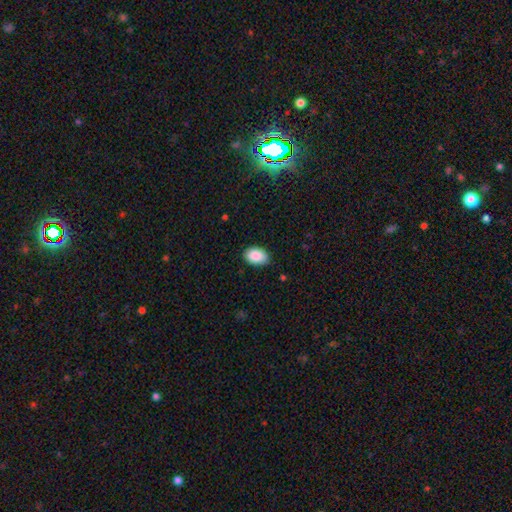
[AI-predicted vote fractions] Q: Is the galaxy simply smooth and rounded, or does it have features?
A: smooth — 90%.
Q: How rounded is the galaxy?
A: in between — 88%.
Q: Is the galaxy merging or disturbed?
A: none — 84%.